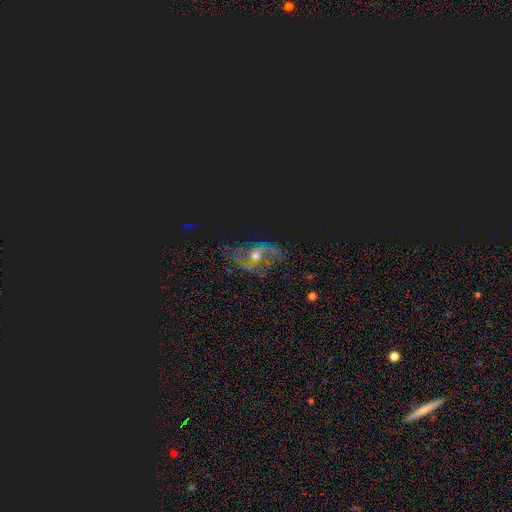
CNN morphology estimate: The model was most divided on "spiral winding": loose: 46%, medium: 38%, tight: 16%. More confident: edge-on disk — no (95%); spiral arms — yes (92%); smooth or featured — featured or disk (72%); bar — no (63%); merging — none (62%); bulge size — moderate (61%); spiral arm count — 2 (55%).